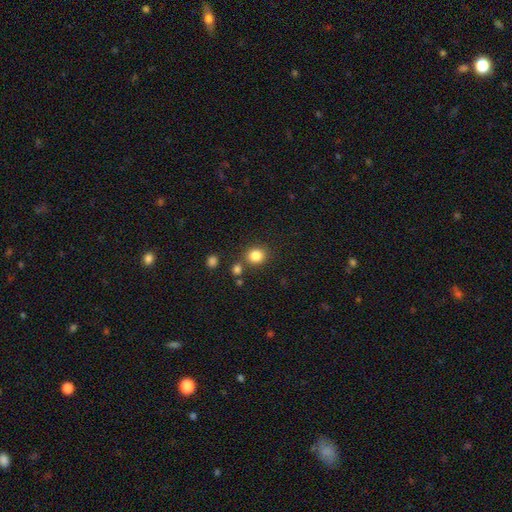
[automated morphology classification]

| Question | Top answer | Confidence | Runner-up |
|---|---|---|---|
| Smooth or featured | smooth | 84% | star or artifact (11%) |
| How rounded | round | 82% | in between (17%) |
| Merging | none | 77% | merger (10%) |